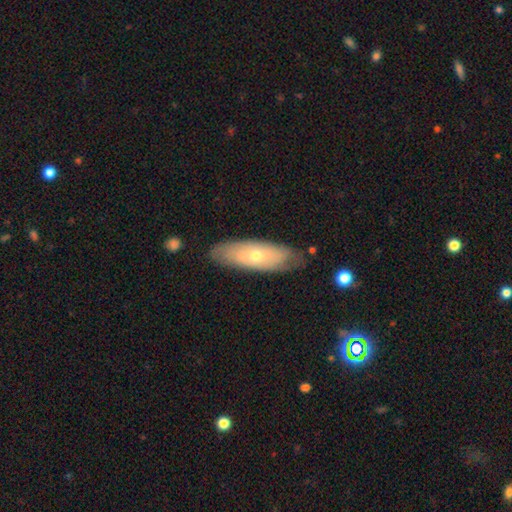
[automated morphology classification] The model was most divided on "smooth or featured": smooth: 48%, featured or disk: 46%, star or artifact: 6%. More confident: merging — none (77%).